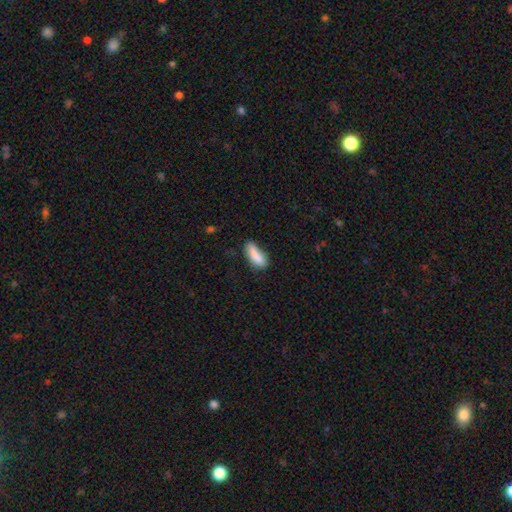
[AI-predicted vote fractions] Morphology: type=smooth (84%); roundness=in between (61%); merging=none (59%).